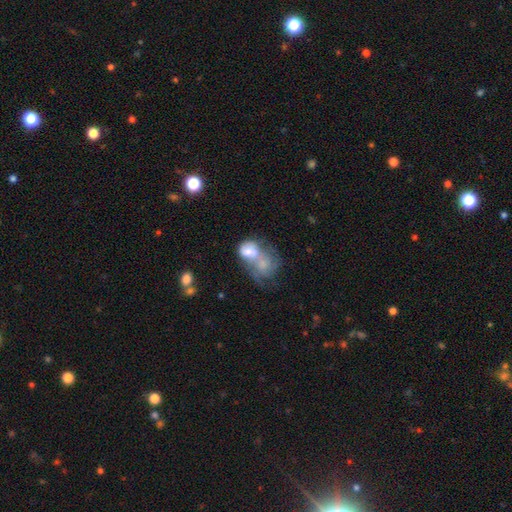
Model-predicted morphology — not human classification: This appears to be a smooth galaxy with no disk features (47%). Merging: merger (67%).